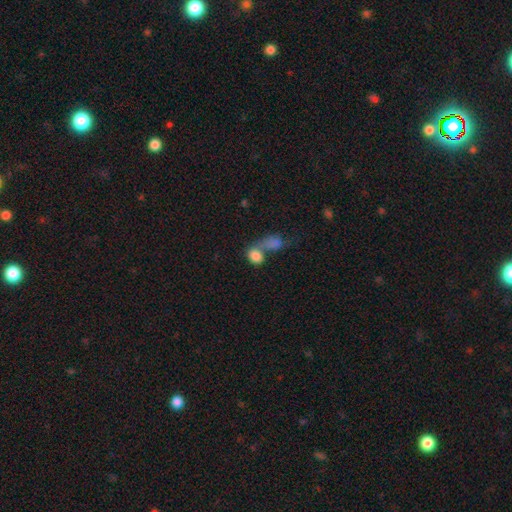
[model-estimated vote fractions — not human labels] The model was most divided on "how rounded": in between: 53%, round: 45%, cigar-shaped: 3%. More confident: smooth or featured — smooth (82%); merging — merger (59%).